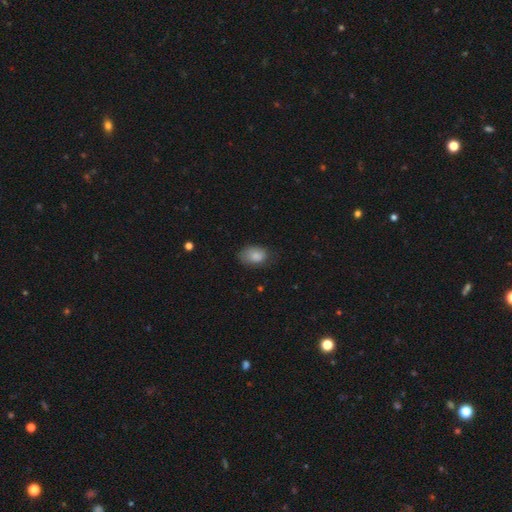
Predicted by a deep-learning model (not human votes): A smooth galaxy with no disk features (84%) that is in between round and cigar-shaped (84%).

Vote fractions:
- Smooth or featured? smooth: 84% / featured or disk: 9% / star or artifact: 7%
- How rounded? in between: 84% / round: 15% / cigar-shaped: 1%
- Merging? none: 64% / minor disturbance: 27% / major disturbance: 8% / merger: 1%